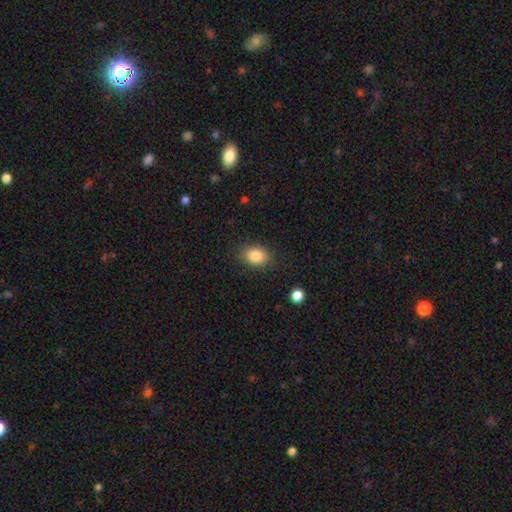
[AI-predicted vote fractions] A smooth galaxy with no disk features (86%) that is in between round and cigar-shaped (72%). Merging: none (85%).